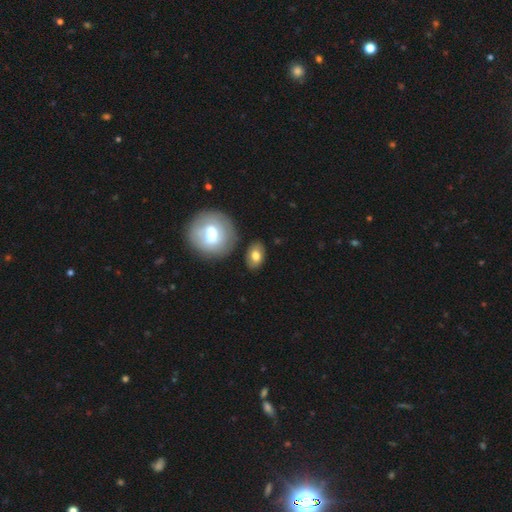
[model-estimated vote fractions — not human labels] Smooth or featured: smooth — 71% (featured or disk — 21%)
How rounded: in between — 80% (round — 18%)
Merging: none — 78% (minor disturbance — 13%)